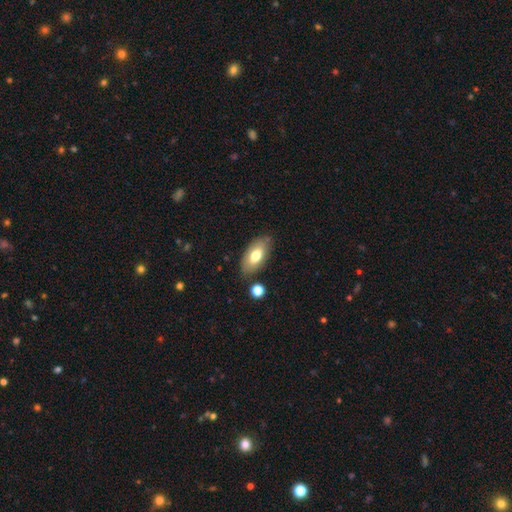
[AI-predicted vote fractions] smooth-or-featured: smooth: 70% | featured or disk: 23% | star or artifact: 7%
  how-rounded: in between: 90% | cigar-shaped: 7% | round: 3%
  merging: none: 79% | minor disturbance: 14% | merger: 4% | major disturbance: 3%